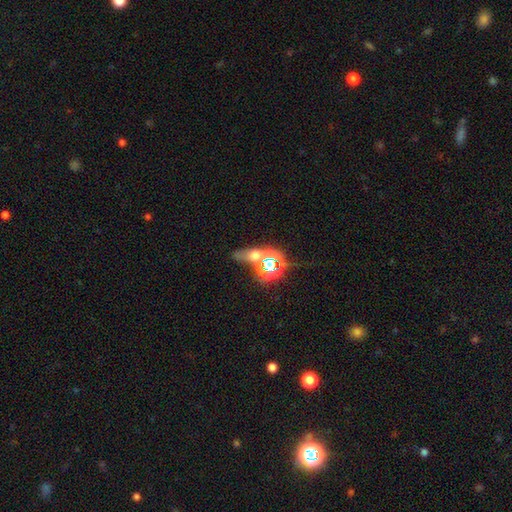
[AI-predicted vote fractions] smooth-or-featured: star or artifact: 48% | smooth: 38% | featured or disk: 15%